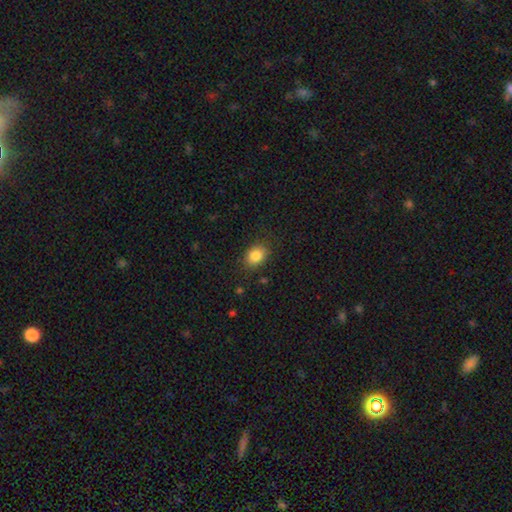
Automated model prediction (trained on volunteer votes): smooth 85%, star or artifact 9%, featured or disk 6%. Down the decision tree: how rounded — in between (65%); merging — none (82%).